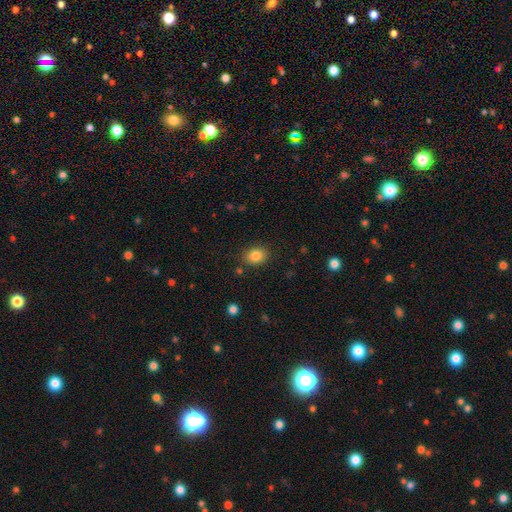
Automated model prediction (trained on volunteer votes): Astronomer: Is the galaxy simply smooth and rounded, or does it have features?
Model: smooth — 84%.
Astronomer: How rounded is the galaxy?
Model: round — 51% (runner-up: in between, 48%).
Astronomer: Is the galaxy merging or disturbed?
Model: none — 86%.